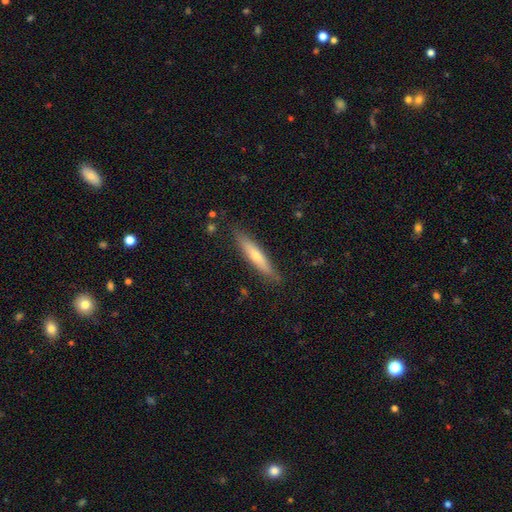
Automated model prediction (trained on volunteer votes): smooth_or_featured: smooth (p=0.47) [tied with: featured or disk p=0.47]
merging: none (p=0.86) [alt: minor disturbance p=0.11]